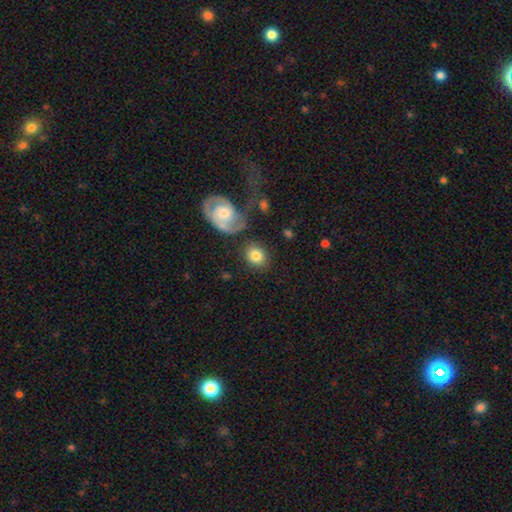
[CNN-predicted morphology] Smooth or featured? Predicted: smooth (p=0.79). How rounded? Predicted: round (p=0.63). Merging? Predicted: none (p=0.75).